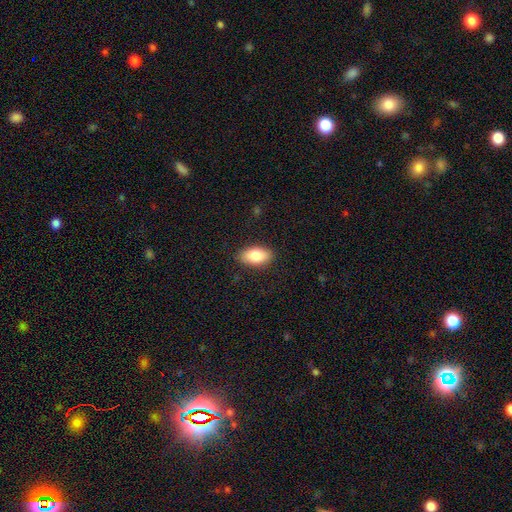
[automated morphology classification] smooth_or_featured: smooth (p=0.82) [alt: featured or disk p=0.12]
how_rounded: in between (p=0.93) [alt: round p=0.04]
merging: none (p=0.88) [alt: minor disturbance p=0.09]